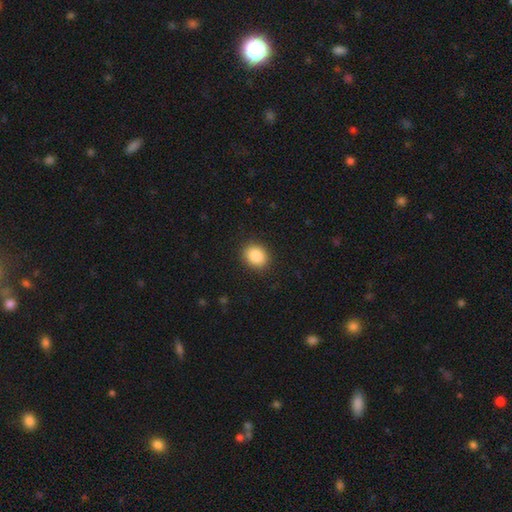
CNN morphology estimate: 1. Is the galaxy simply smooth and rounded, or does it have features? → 87% smooth, 8% star or artifact, 4% featured or disk.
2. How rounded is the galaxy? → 57% round, 42% in between, 1% cigar-shaped.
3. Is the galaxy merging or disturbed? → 89% none, 7% minor disturbance, 2% major disturbance, 1% merger.